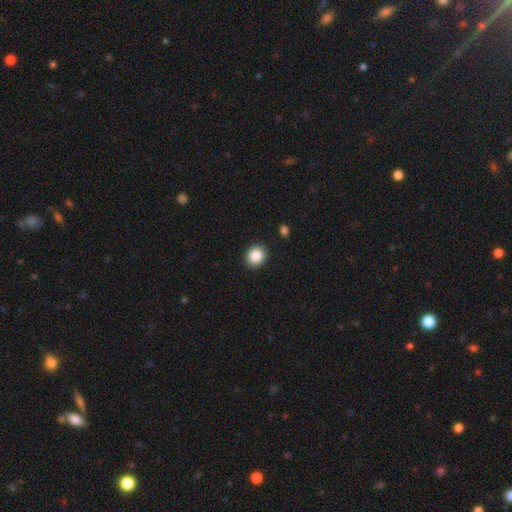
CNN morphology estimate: Smooth or featured: smooth — 88% (star or artifact — 9%)
How rounded: round — 66% (in between — 33%)
Merging: none — 90% (minor disturbance — 6%)